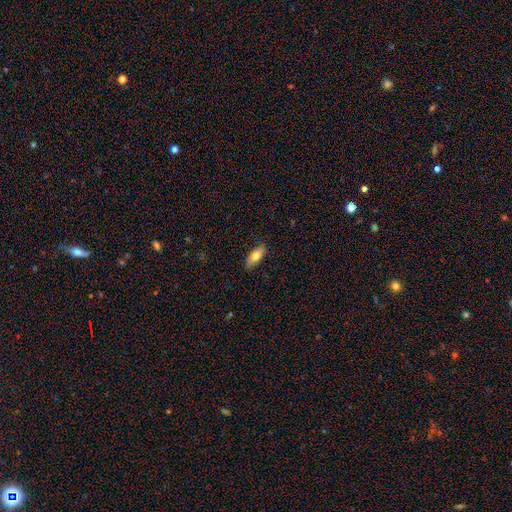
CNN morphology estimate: A smooth galaxy with no disk features (73%) that is in between round and cigar-shaped (75%). Merging: none (85%).